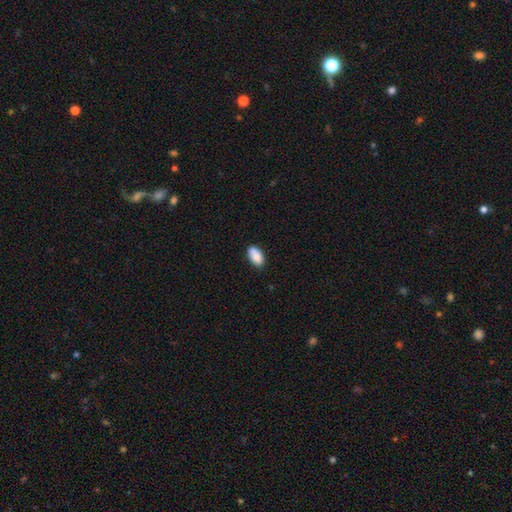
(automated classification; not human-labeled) Smooth or featured: smooth — 86% (star or artifact — 7%)
How rounded: in between — 93% (round — 4%)
Merging: none — 75% (minor disturbance — 16%)